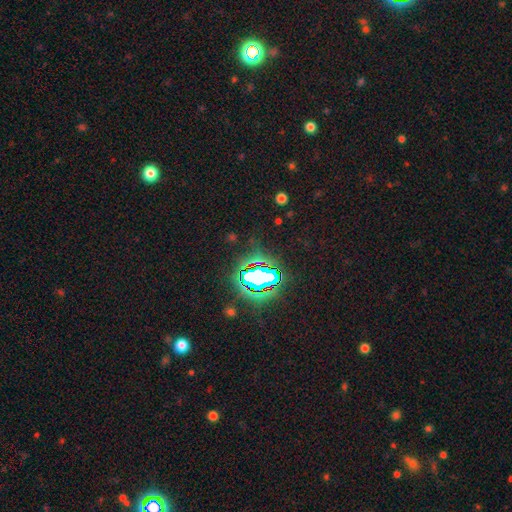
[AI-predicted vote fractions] smooth-or-featured: star or artifact: 79% | smooth: 12% | featured or disk: 8%